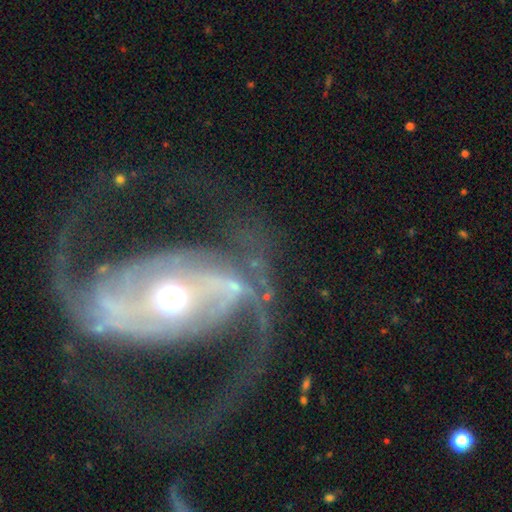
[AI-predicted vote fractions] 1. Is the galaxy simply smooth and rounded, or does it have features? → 90% featured or disk, 5% star or artifact, 4% smooth.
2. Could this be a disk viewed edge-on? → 97% no, 3% yes.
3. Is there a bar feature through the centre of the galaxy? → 46% strong, 28% weak, 25% no.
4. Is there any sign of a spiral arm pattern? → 95% yes, 5% no.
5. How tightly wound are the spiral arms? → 51% medium, 32% loose, 18% tight.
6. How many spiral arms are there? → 86% 2, 4% can't tell, 3% 3, 3% 1, 2% 4, 2% more than 4.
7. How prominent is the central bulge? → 67% moderate, 16% small, 14% large, 2% dominant, 1% none.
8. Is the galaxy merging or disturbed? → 66% none, 18% major disturbance, 13% minor disturbance, 3% merger.